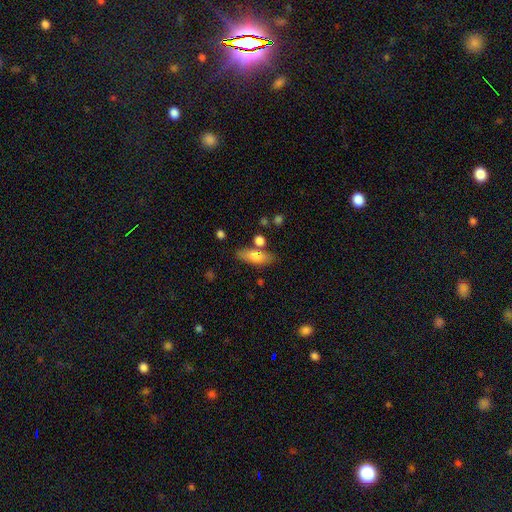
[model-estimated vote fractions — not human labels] Smooth or featured? smooth (74%)
How rounded? in between (61%)
Merging? none (70%)